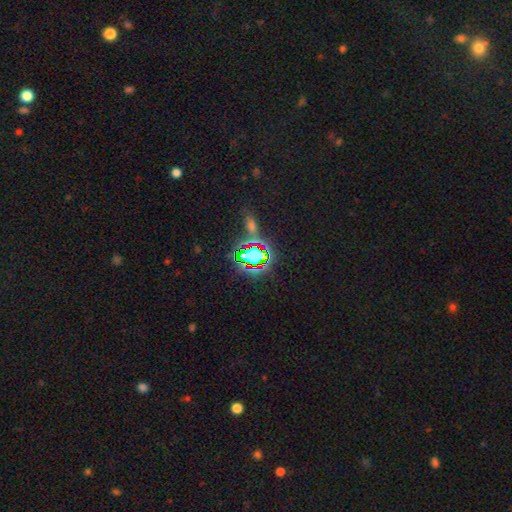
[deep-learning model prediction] The model was most divided on "smooth or featured": star or artifact: 74%, smooth: 16%, featured or disk: 10%.